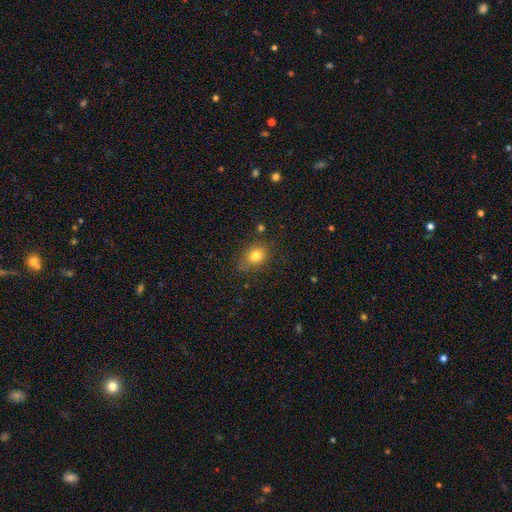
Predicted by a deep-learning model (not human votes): Smooth or featured? Predicted: smooth (p=0.80). How rounded? Predicted: in between (p=0.60). Merging? Predicted: none (p=0.71).